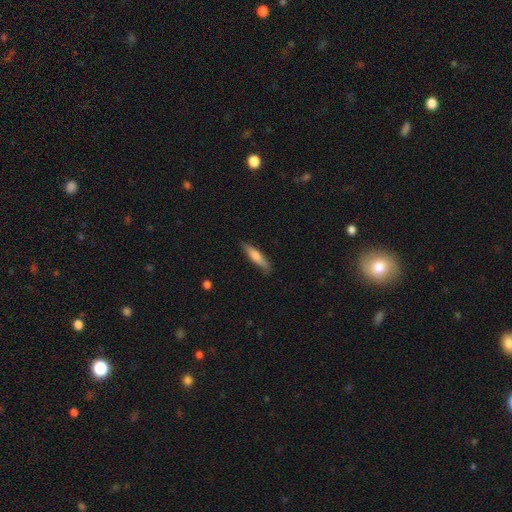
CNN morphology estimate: Smooth or featured?
  - smooth: 67% *
  - featured or disk: 28%
  - star or artifact: 6%
How rounded?
  - cigar-shaped: 82% *
  - in between: 17%
  - round: 2%
Merging?
  - none: 81% *
  - minor disturbance: 15%
  - major disturbance: 3%
  - merger: 1%